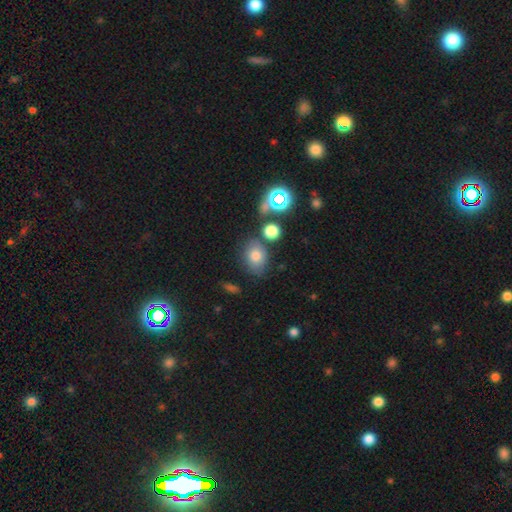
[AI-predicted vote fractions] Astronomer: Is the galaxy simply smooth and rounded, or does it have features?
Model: smooth — 73%.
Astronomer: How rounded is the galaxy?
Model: in between — 63%.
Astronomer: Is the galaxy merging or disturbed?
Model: none — 68%.